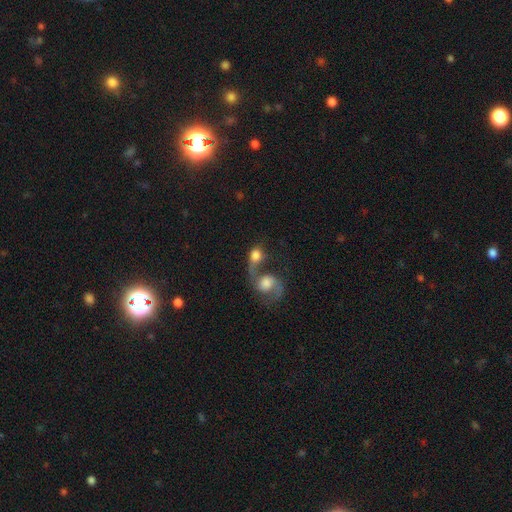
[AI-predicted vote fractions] Smooth or featured? smooth (53%)
How rounded? round (63%)
Merging? merger (69%)